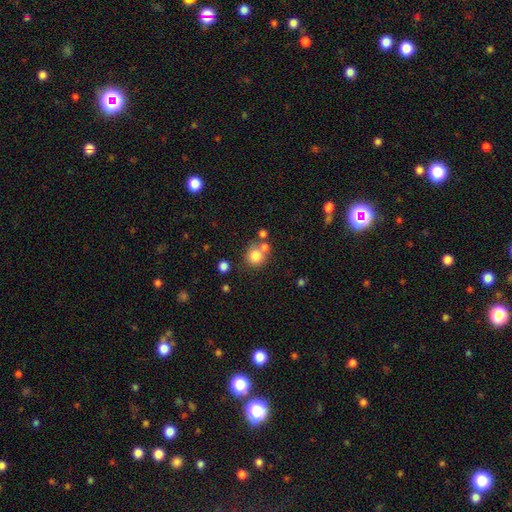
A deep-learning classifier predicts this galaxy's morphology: A smooth galaxy with no disk features (79%) that is round (87%).

Vote fractions:
- Smooth or featured? smooth: 79% / star or artifact: 12% / featured or disk: 10%
- How rounded? round: 87% / in between: 12% / cigar-shaped: 1%
- Merging? none: 58% / merger: 27% / minor disturbance: 10% / major disturbance: 5%